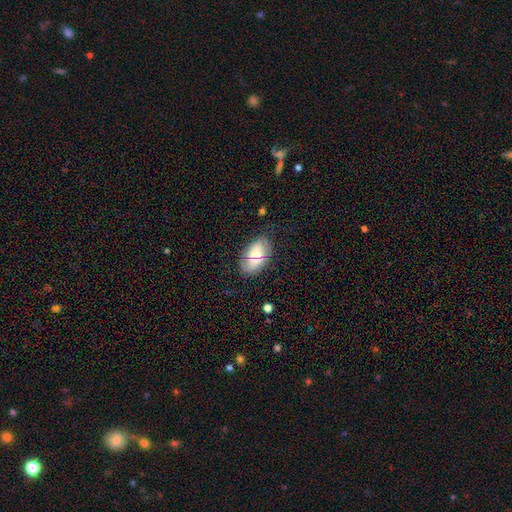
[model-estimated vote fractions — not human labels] Smooth or featured? Predicted: smooth (p=0.67). How rounded? Predicted: in between (p=0.92). Merging? Predicted: none (p=0.70).